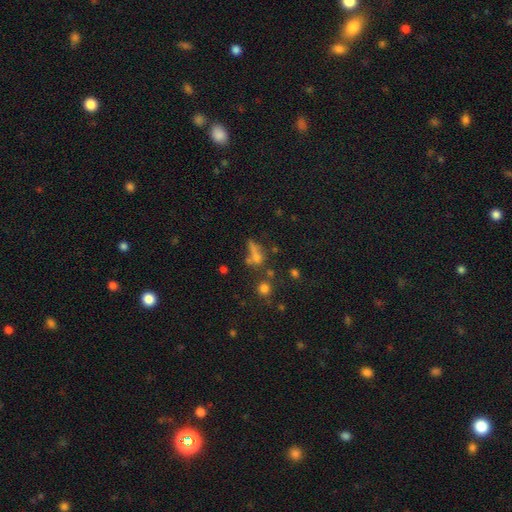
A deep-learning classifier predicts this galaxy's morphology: A smooth galaxy with no disk features (56%) that is in between round and cigar-shaped (40%).

Vote fractions:
- Smooth or featured? smooth: 56% / star or artifact: 23% / featured or disk: 22%
- How rounded? in between: 40% / cigar-shaped: 35% / round: 25%
- Merging? none: 41% / merger: 26% / major disturbance: 17% / minor disturbance: 16%